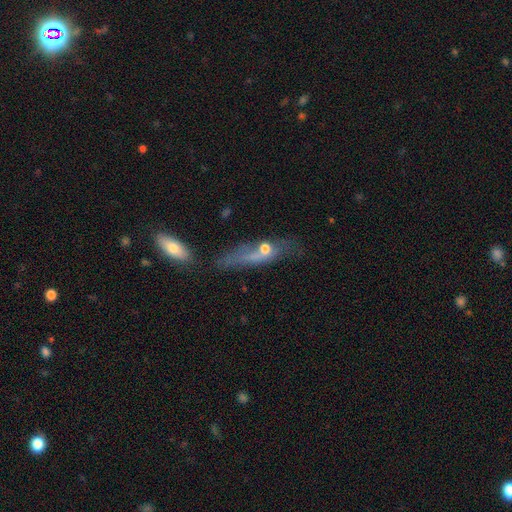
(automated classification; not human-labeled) Q: Smooth or featured?
A: featured or disk (44%); runner-up: smooth (43%)
Q: Merging?
A: none (48%); runner-up: minor disturbance (23%)